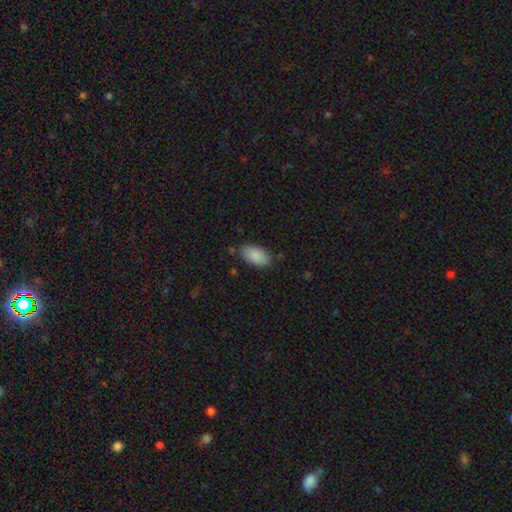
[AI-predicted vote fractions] Smooth or featured? smooth (89%)
How rounded? in between (94%)
Merging? none (78%)